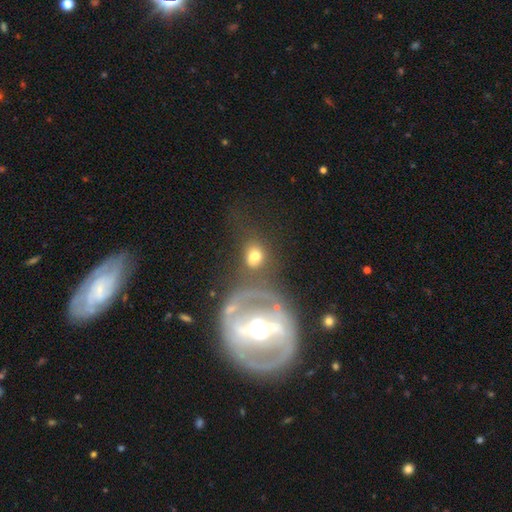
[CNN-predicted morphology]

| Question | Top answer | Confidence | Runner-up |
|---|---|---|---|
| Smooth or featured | smooth | 66% | featured or disk (23%) |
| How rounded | in between | 51% | round (48%) |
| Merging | none | 51% | merger (21%) |